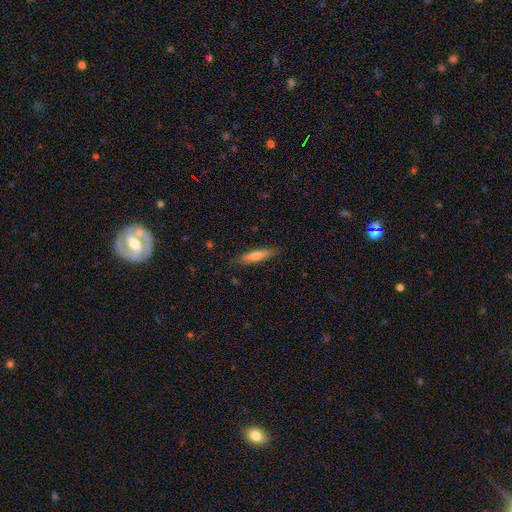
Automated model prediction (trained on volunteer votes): Smooth or featured? Predicted: smooth (p=0.67). How rounded? Predicted: cigar-shaped (p=0.81). Merging? Predicted: none (p=0.83).